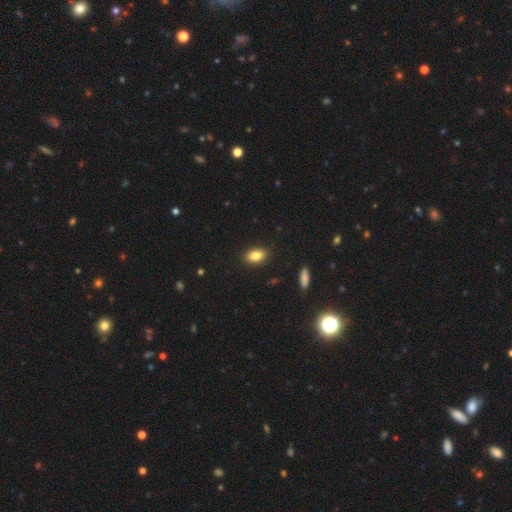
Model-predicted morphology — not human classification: The model was most divided on "smooth or featured": smooth: 85%, star or artifact: 9%, featured or disk: 7%. More confident: how rounded — in between (88%); merging — none (88%).